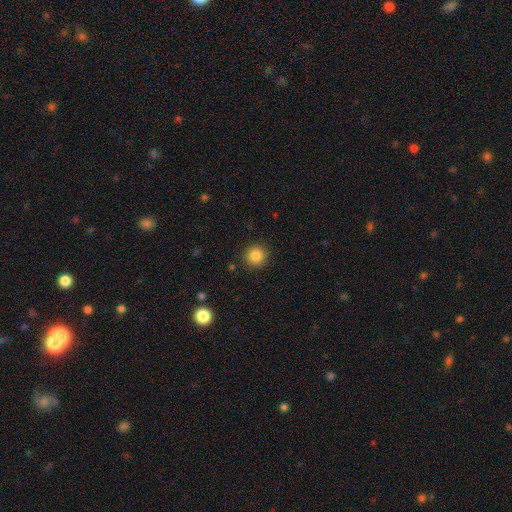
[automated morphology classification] Smooth or featured?
  - smooth: 85% *
  - star or artifact: 11%
  - featured or disk: 4%
How rounded?
  - round: 94% *
  - in between: 5%
  - cigar-shaped: 1%
Merging?
  - none: 90% *
  - minor disturbance: 6%
  - major disturbance: 2%
  - merger: 1%